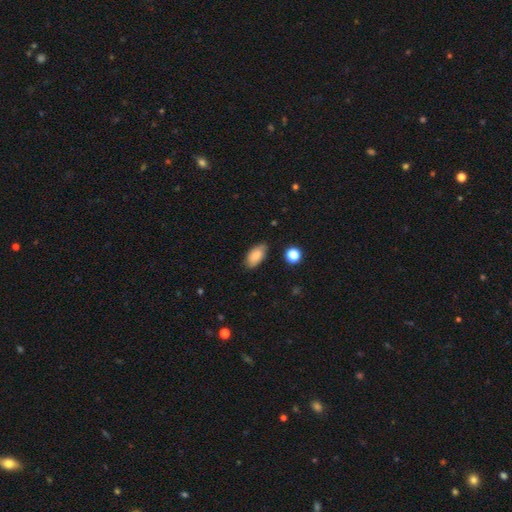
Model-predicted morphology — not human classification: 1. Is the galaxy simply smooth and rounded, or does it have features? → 83% smooth, 9% featured or disk, 8% star or artifact.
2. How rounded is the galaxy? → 92% in between, 4% round, 4% cigar-shaped.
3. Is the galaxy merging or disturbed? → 77% none, 18% minor disturbance, 3% major disturbance, 2% merger.